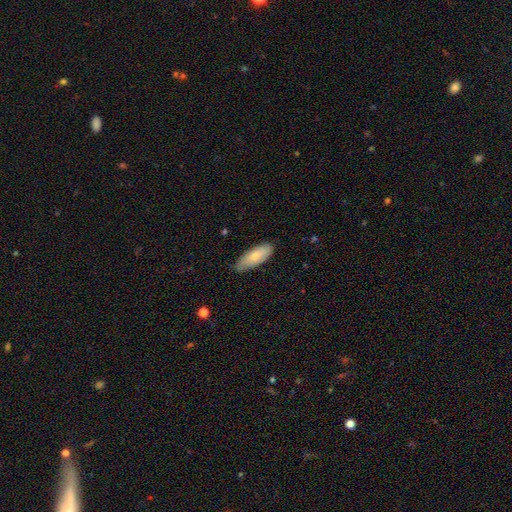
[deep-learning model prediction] Morphology: type=smooth (78%); roundness=in between (74%); merging=none (76%).